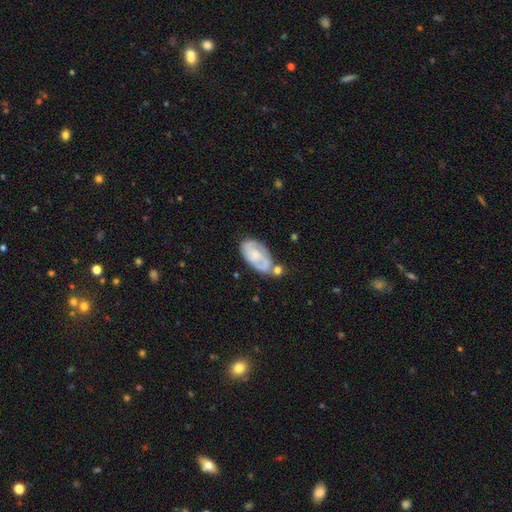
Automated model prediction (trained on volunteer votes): Q: Smooth or featured?
A: featured or disk (58%); runner-up: smooth (36%)
Q: Edge-on disk?
A: no (95%); runner-up: yes (5%)
Q: Bar?
A: no (67%); runner-up: weak (28%)
Q: Spiral arms?
A: yes (78%); runner-up: no (22%)
Q: Bulge size?
A: small (45%); runner-up: moderate (34%)
Q: Merging?
A: none (53%); runner-up: minor disturbance (23%)